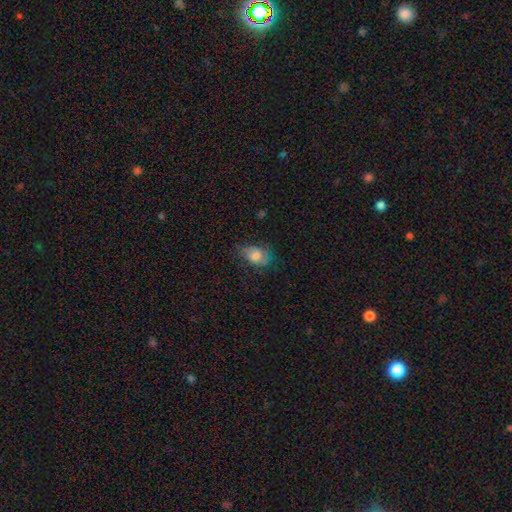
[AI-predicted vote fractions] smooth 70%, featured or disk 20%, star or artifact 9%. Down the decision tree: how rounded — in between (85%); merging — none (65%).